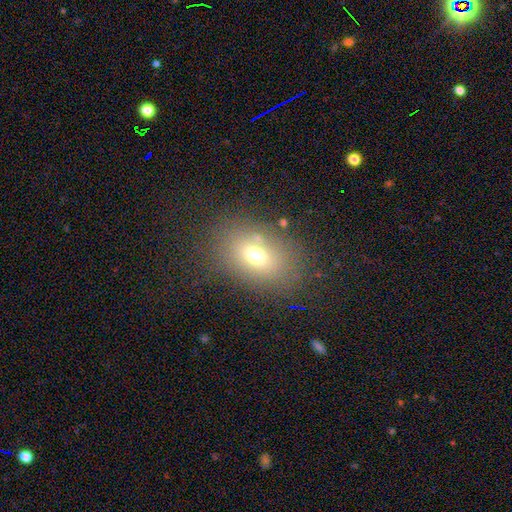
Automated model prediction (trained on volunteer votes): smooth 67%, star or artifact 17%, featured or disk 16%. Down the decision tree: how rounded — in between (72%); merging — none (77%).